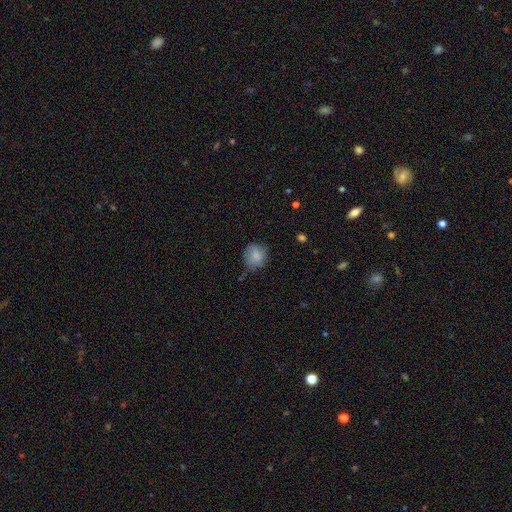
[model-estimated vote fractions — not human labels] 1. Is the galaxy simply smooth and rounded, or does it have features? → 80% smooth, 11% featured or disk, 9% star or artifact.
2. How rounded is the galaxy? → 73% round, 26% in between, 1% cigar-shaped.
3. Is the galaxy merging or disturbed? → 61% none, 29% minor disturbance, 8% major disturbance, 2% merger.